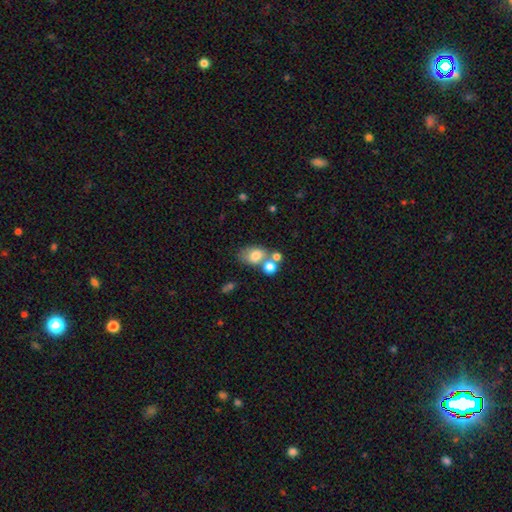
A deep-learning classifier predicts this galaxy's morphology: This appears to be a smooth galaxy with no disk features (71%) that is in between round and cigar-shaped (75%). Merging: none (42%).